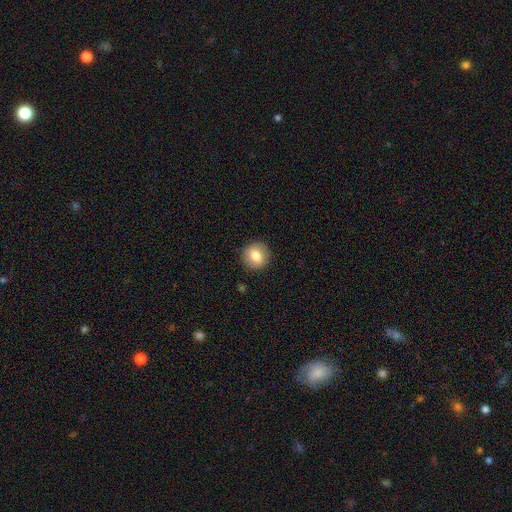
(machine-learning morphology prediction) The model was most divided on "smooth or featured": smooth: 76%, featured or disk: 16%, star or artifact: 9%. More confident: merging — none (90%); how rounded — round (88%).